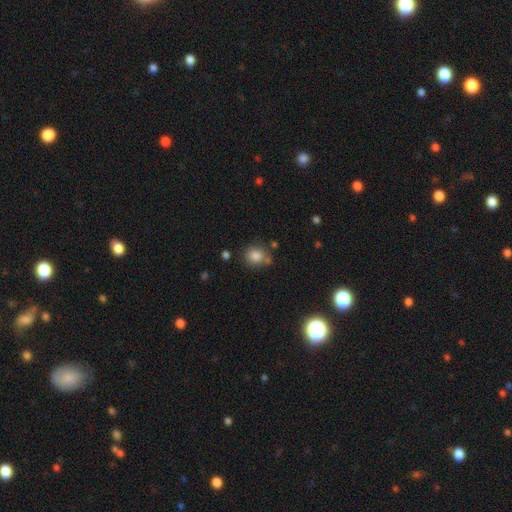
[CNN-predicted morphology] A smooth galaxy with no disk features (83%) that is round (82%).

Vote fractions:
- Smooth or featured? smooth: 83% / star or artifact: 11% / featured or disk: 6%
- How rounded? round: 82% / in between: 17% / cigar-shaped: 1%
- Merging? none: 70% / minor disturbance: 15% / merger: 10% / major disturbance: 5%